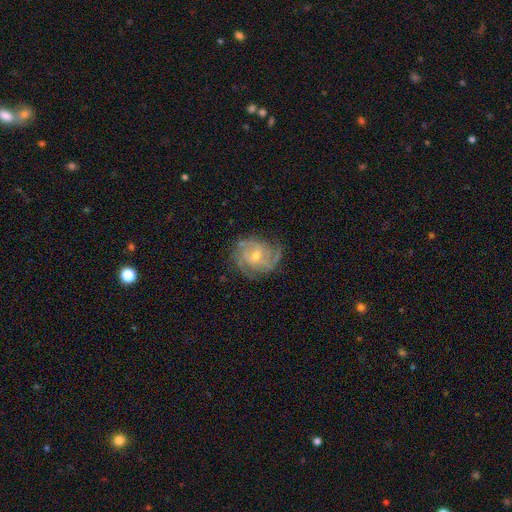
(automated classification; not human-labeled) Smooth or featured: featured or disk — 81% (smooth — 11%)
Edge-on disk: no — 97% (yes — 3%)
Bar: no — 52% (weak — 40%)
Spiral arms: yes — 94% (no — 6%)
Spiral winding: tight — 54% (medium — 35%)
Spiral arm count: can't tell — 31% (2 — 25%)
Bulge size: small — 49% (moderate — 47%)
Merging: none — 69% (minor disturbance — 20%)